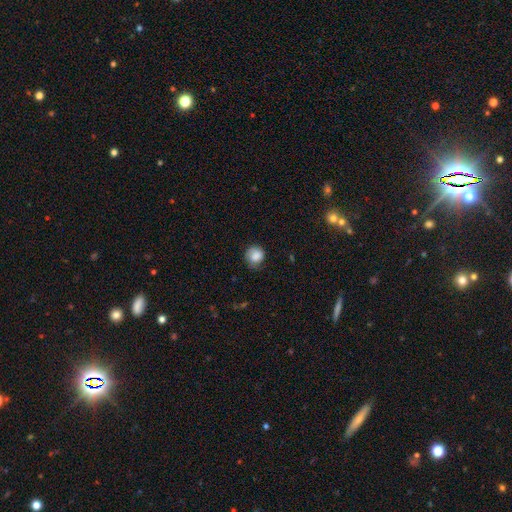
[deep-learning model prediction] smooth_or_featured: smooth (p=0.83) [alt: featured or disk p=0.09]
how_rounded: round (p=0.83) [alt: in between p=0.16]
merging: none (p=0.64) [alt: minor disturbance p=0.27]